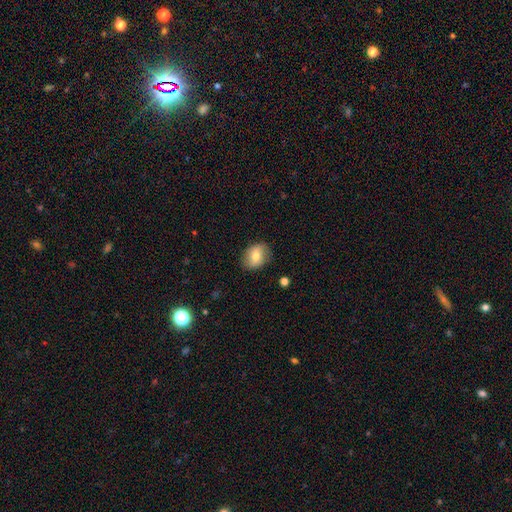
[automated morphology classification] Smooth or featured: smooth — 70% (featured or disk — 21%)
How rounded: in between — 60% (round — 39%)
Merging: none — 83% (minor disturbance — 13%)